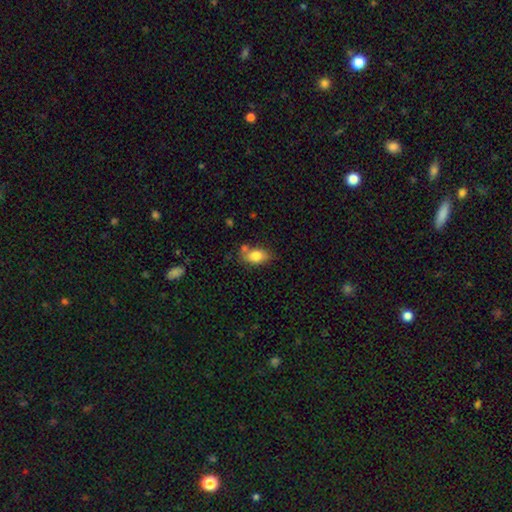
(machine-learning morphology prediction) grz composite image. It shows a smooth galaxy with no disk features (81%) that is in between round and cigar-shaped (85%). Merging: none (64%).